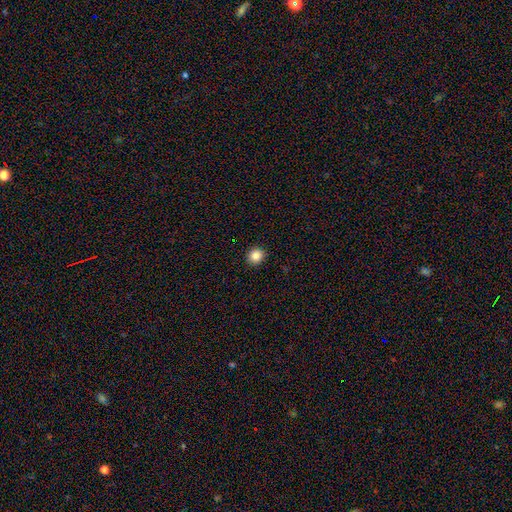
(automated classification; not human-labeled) Smooth or featured? Predicted: smooth (p=0.85). How rounded? Predicted: round (p=0.89). Merging? Predicted: none (p=0.92).